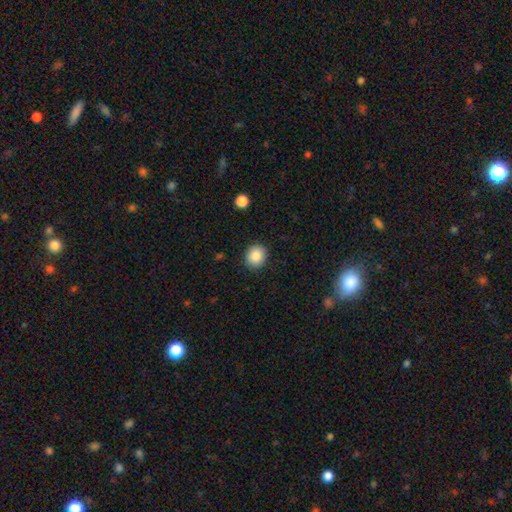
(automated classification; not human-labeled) Overall: smooth (87%). How rounded: round (79%). Merging: none (90%).